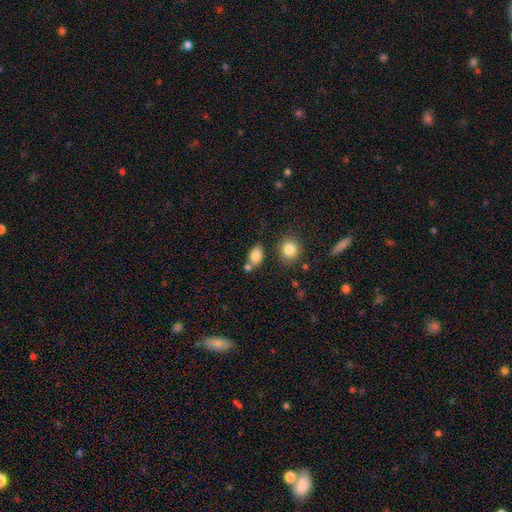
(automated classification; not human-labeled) smooth 84%, star or artifact 9%, featured or disk 7%. Down the decision tree: how rounded — in between (79%); merging — none (63%).